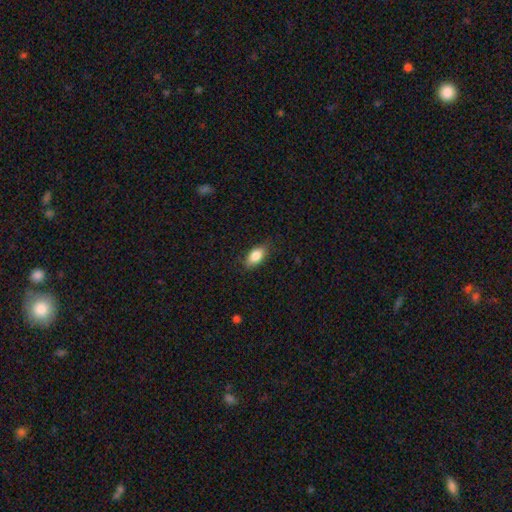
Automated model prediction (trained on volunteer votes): Overall: smooth (84%). How rounded: in between (88%). Merging: none (82%).